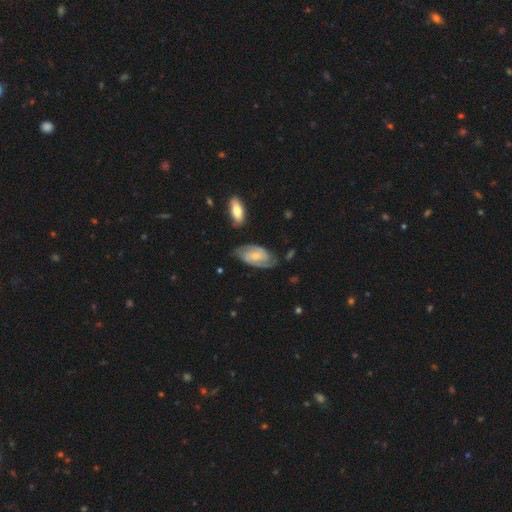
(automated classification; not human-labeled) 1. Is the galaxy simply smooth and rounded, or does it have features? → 75% featured or disk, 20% smooth, 5% star or artifact.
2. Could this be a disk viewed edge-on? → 95% no, 5% yes.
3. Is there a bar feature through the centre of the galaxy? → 45% no, 43% weak, 12% strong.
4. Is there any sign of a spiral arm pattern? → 93% yes, 7% no.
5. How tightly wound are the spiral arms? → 45% tight, 41% medium, 14% loose.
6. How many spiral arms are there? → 74% 2, 14% can't tell, 6% 3, 3% 1, 2% 4, 2% more than 4.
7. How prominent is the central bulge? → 60% small, 30% moderate, 7% none, 3% large, 1% dominant.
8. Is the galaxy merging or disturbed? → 69% none, 21% minor disturbance, 7% major disturbance, 3% merger.